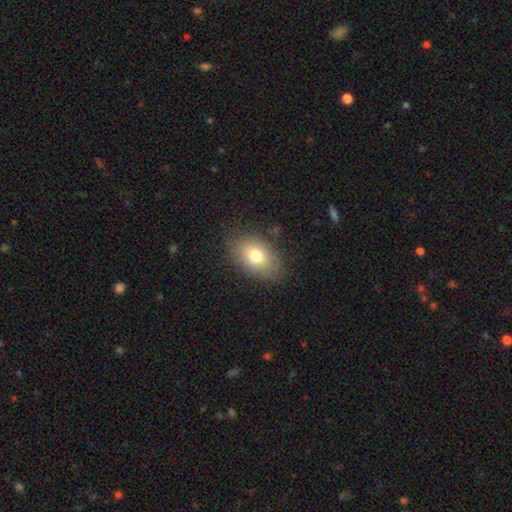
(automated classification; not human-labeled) A smooth galaxy with no disk features (76%) that is in between round and cigar-shaped (86%).

Vote fractions:
- Smooth or featured? smooth: 76% / featured or disk: 15% / star or artifact: 9%
- How rounded? in between: 86% / round: 13% / cigar-shaped: 1%
- Merging? none: 82% / minor disturbance: 13% / major disturbance: 4% / merger: 1%